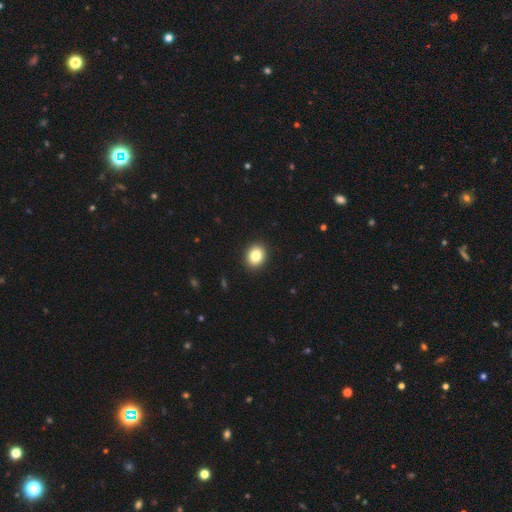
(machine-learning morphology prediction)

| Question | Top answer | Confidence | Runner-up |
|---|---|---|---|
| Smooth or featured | smooth | 84% | star or artifact (10%) |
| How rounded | round | 58% | in between (41%) |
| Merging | none | 92% | minor disturbance (6%) |